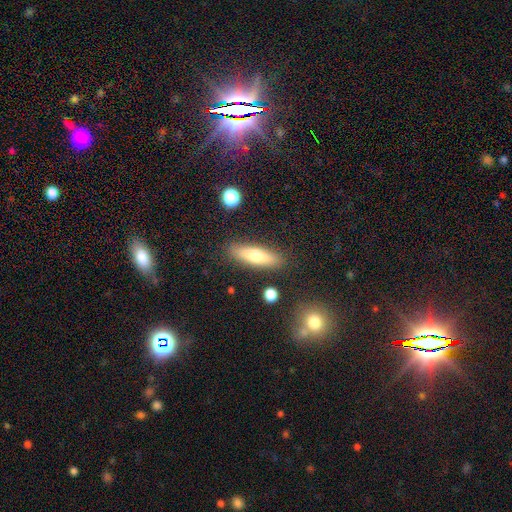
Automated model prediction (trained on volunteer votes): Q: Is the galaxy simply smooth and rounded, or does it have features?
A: smooth — 66%.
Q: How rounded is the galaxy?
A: cigar-shaped — 65%.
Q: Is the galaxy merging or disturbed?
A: none — 86%.